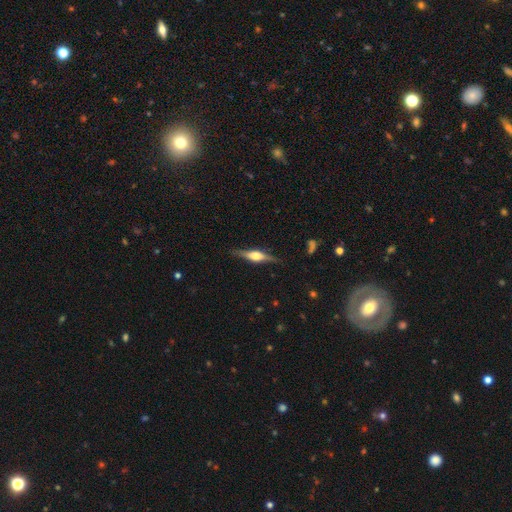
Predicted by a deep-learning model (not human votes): Overall: featured or disk (73%). Edge-on disk: yes (97%). Edge-on bulge: rounded (86%). Merging: none (85%).